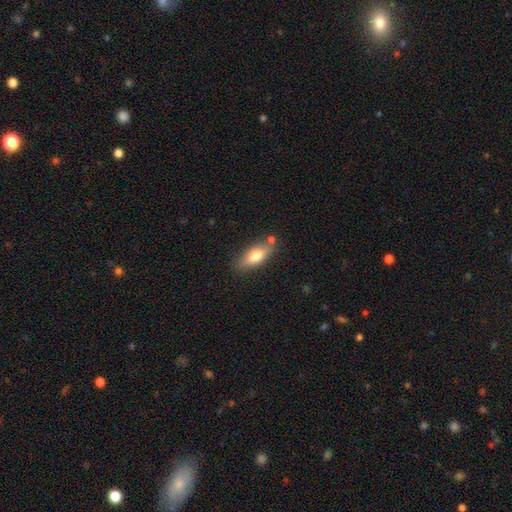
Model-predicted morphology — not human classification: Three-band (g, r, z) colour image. It shows a smooth galaxy with no disk features (70%) that is in between round and cigar-shaped (69%). Merging: none (71%).